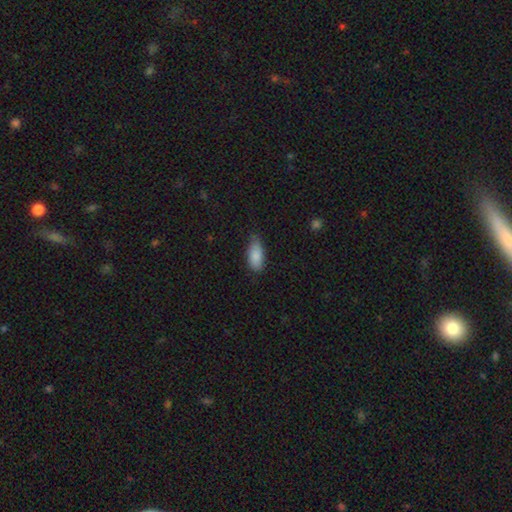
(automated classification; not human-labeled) Q: Smooth or featured?
A: smooth (87%); runner-up: star or artifact (7%)
Q: How rounded?
A: in between (89%); runner-up: cigar-shaped (9%)
Q: Merging?
A: none (68%); runner-up: minor disturbance (27%)